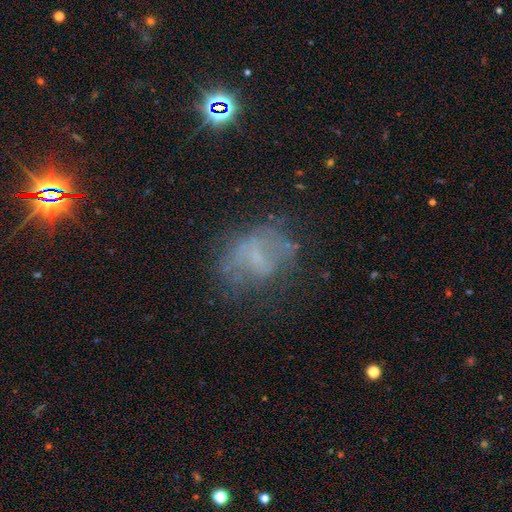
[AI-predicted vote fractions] Overall: featured or disk (47%; smooth 34%). Merging: none (52%; major disturbance 23%).